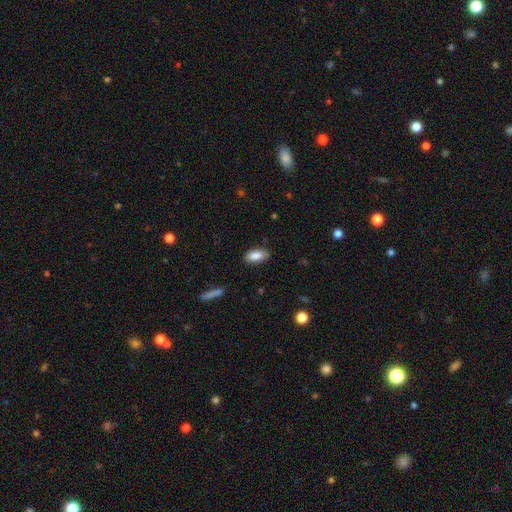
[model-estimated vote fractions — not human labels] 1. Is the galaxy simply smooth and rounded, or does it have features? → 87% smooth, 7% featured or disk, 7% star or artifact.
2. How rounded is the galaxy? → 90% in between, 8% cigar-shaped, 3% round.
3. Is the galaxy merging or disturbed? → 84% none, 12% minor disturbance, 2% major disturbance, 1% merger.